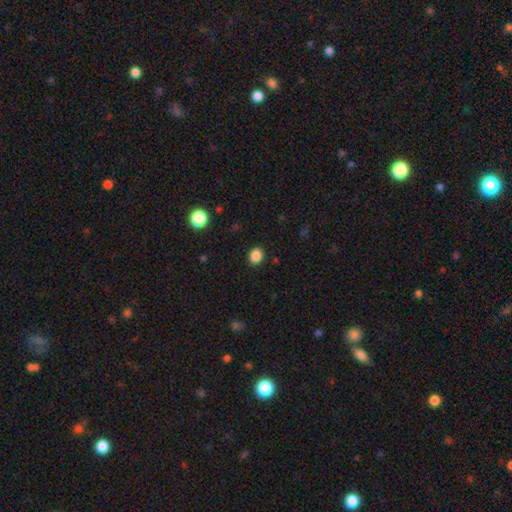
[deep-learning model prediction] Morphology: type=smooth (86%); roundness=round (53%); merging=none (89%).